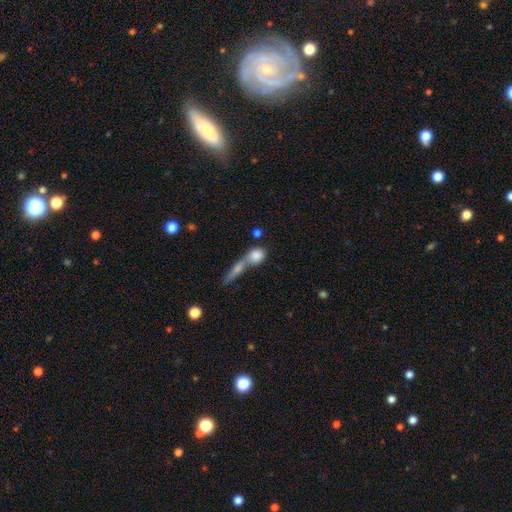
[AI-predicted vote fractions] Smooth or featured? Predicted: smooth (p=0.79). How rounded? Predicted: round (p=0.55). Merging? Predicted: merger (p=0.53).